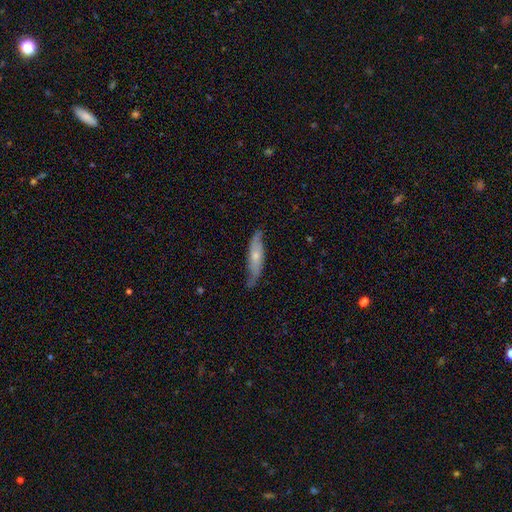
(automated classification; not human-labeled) Smooth or featured: featured or disk — 61% (smooth — 34%)
Edge-on disk: no — 60% (yes — 40%)
Merging: none — 68% (minor disturbance — 25%)